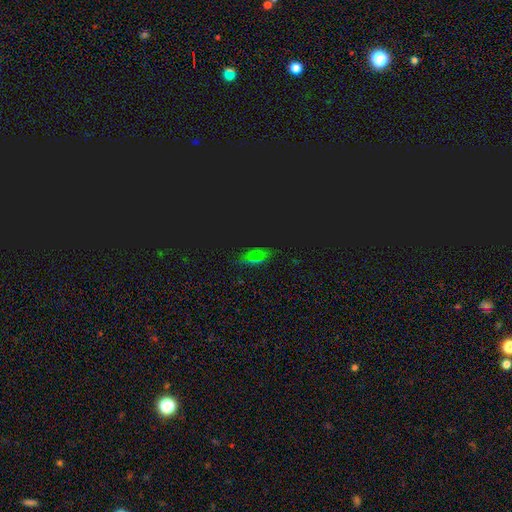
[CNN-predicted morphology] Smooth or featured? Predicted: smooth (p=0.45). Merging? Predicted: none (p=0.77).